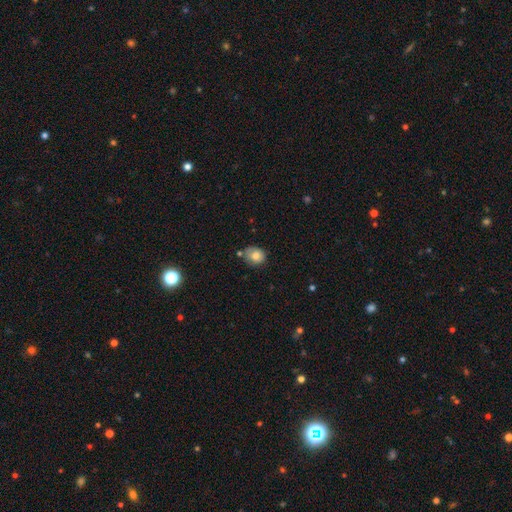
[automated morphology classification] smooth 78%, featured or disk 13%, star or artifact 9%. Down the decision tree: how rounded — round (62%); merging — none (65%).